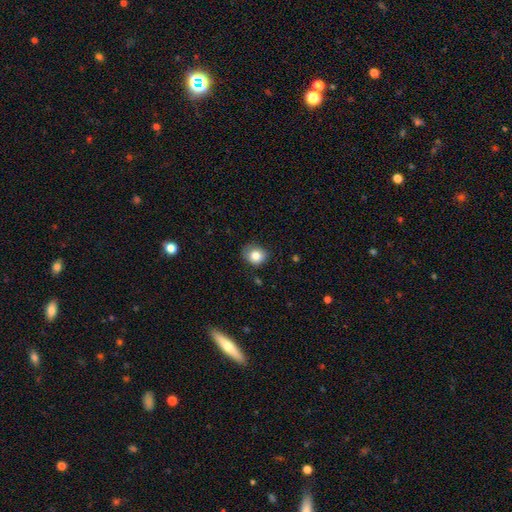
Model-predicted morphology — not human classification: Smooth or featured? Predicted: smooth (p=0.81). How rounded? Predicted: round (p=0.71). Merging? Predicted: none (p=0.73).